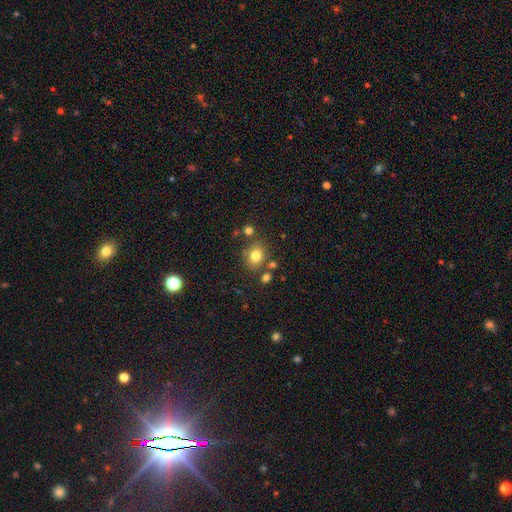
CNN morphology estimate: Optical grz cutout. It shows a smooth galaxy with no disk features (78%) that is round (62%). Merging: none (73%).